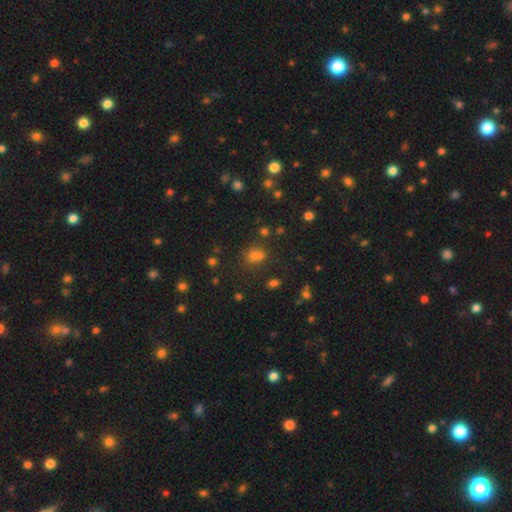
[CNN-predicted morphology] smooth_or_featured: smooth (p=0.58) [alt: star or artifact p=0.34]
how_rounded: round (p=0.54) [alt: in between p=0.44]
merging: none (p=0.63) [alt: merger p=0.18]